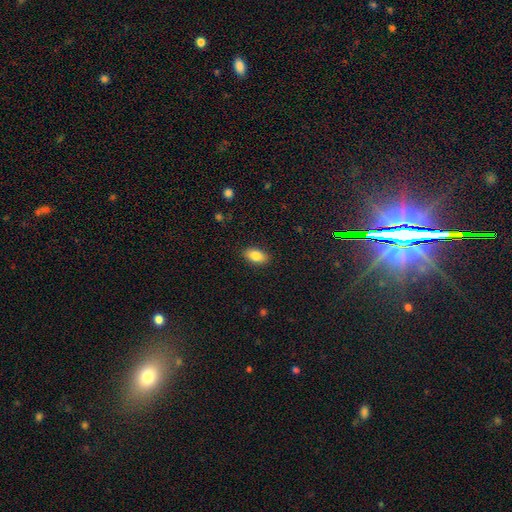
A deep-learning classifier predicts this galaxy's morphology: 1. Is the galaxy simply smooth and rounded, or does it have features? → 86% smooth, 8% star or artifact, 7% featured or disk.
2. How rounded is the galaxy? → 92% in between, 5% round, 4% cigar-shaped.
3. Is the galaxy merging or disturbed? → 89% none, 8% minor disturbance, 2% major disturbance, 1% merger.